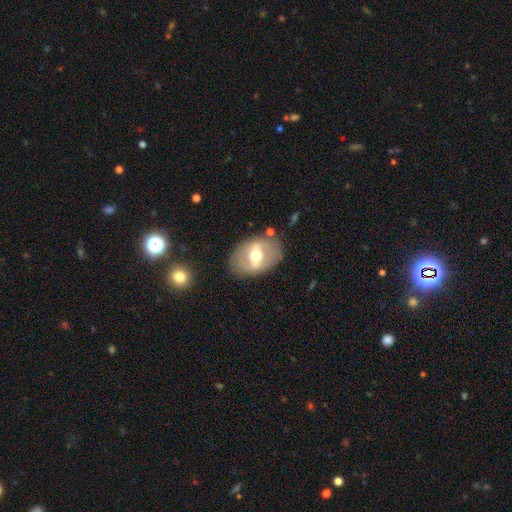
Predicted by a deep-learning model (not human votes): Smooth or featured? Predicted: featured or disk (p=0.62). Edge-on disk? Predicted: no (p=0.88). Bar? Predicted: strong (p=0.53). Spiral arms? Predicted: no (p=0.74). Bulge size? Predicted: moderate (p=0.70). Merging? Predicted: none (p=0.79).